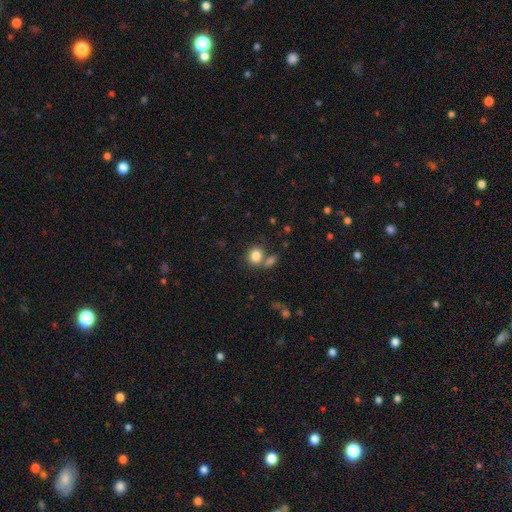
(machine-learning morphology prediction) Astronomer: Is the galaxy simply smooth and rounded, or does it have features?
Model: smooth — 83%.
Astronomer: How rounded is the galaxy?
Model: round — 67%.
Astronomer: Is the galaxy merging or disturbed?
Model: none — 57%.